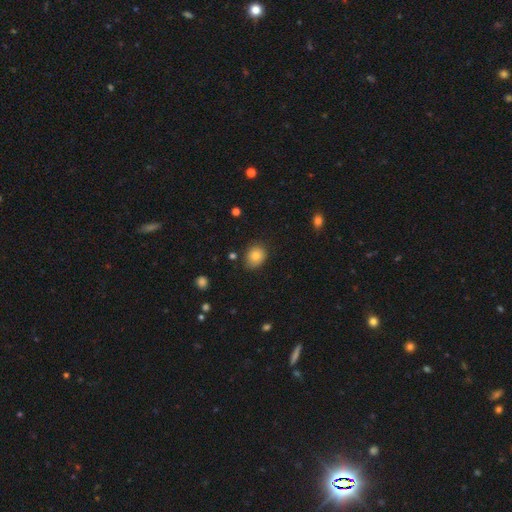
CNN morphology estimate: Smooth or featured?
  - smooth: 78% *
  - featured or disk: 12%
  - star or artifact: 11%
How rounded?
  - round: 58% *
  - in between: 42%
  - cigar-shaped: 1%
Merging?
  - none: 78% *
  - minor disturbance: 17%
  - major disturbance: 3%
  - merger: 2%